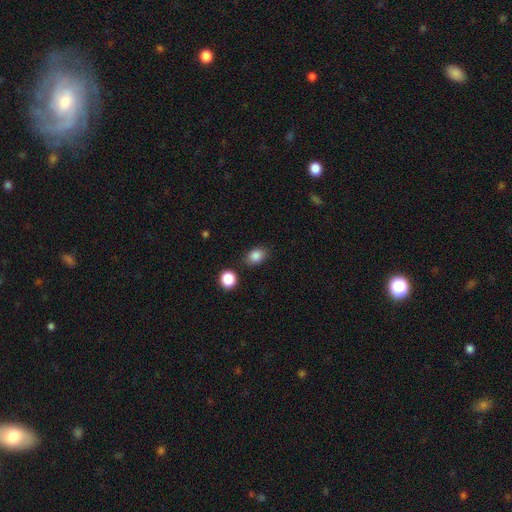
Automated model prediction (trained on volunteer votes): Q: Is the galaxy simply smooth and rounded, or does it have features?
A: smooth — 85%.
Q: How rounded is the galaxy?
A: in between — 67%.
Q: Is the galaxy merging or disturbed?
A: none — 81%.